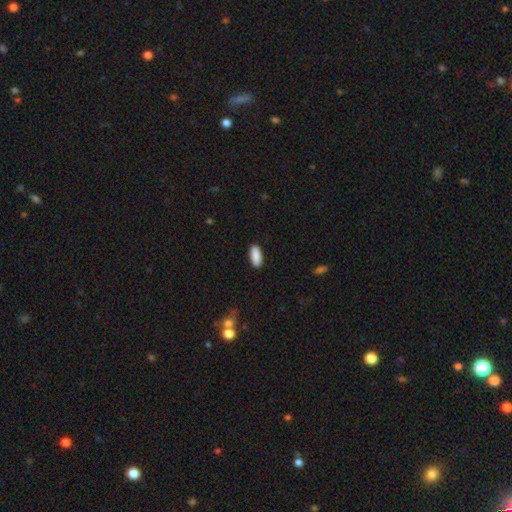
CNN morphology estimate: This is clearly a smooth galaxy (90%). How rounded: clearly in between (83%). Merging: clearly none (89%).